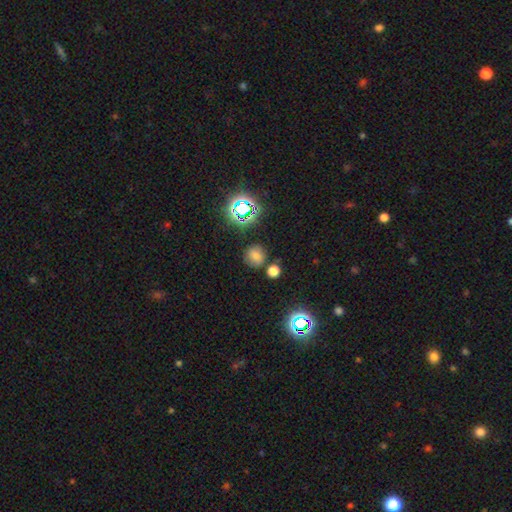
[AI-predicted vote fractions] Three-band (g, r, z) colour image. It shows a smooth galaxy with no disk features (58%) that is round (83%). Merging: none (80%).